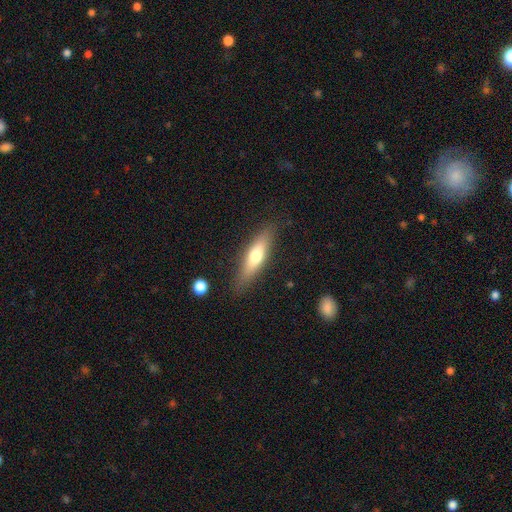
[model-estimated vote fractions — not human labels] This appears to be a smooth galaxy with no disk features (61%) that is cigar-shaped (66%). Merging: none (83%).